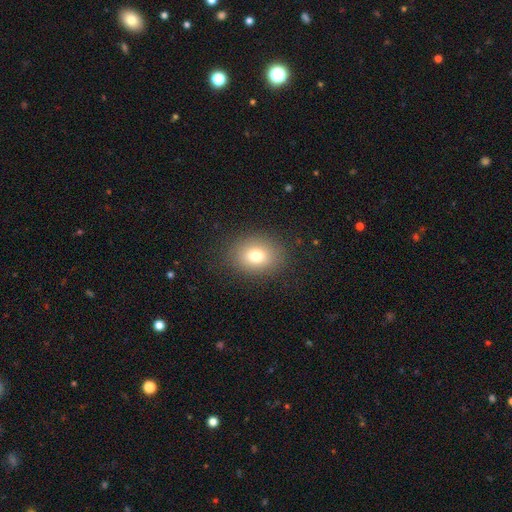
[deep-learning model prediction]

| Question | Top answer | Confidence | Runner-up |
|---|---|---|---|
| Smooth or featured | smooth | 78% | star or artifact (12%) |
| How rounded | in between | 51% | round (48%) |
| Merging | none | 86% | minor disturbance (9%) |